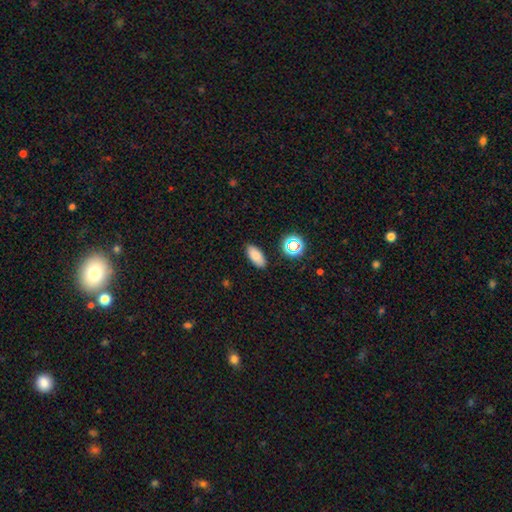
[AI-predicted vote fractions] Smooth or featured?
  - smooth: 79% *
  - star or artifact: 12%
  - featured or disk: 9%
How rounded?
  - in between: 86% *
  - cigar-shaped: 10%
  - round: 5%
Merging?
  - none: 87% *
  - minor disturbance: 9%
  - major disturbance: 2%
  - merger: 2%